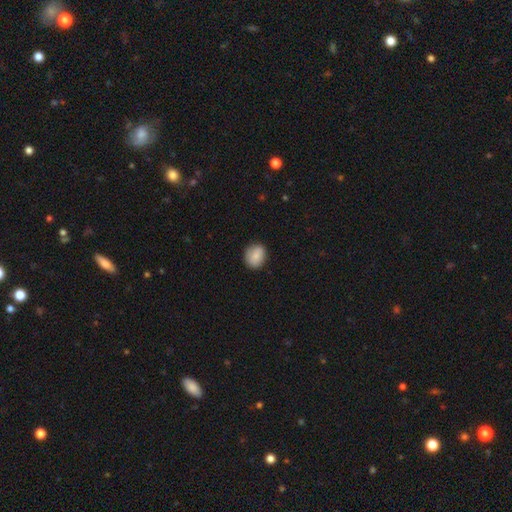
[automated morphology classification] This is clearly a smooth galaxy (85%). How rounded: likely round (61%). Merging: clearly none (86%).